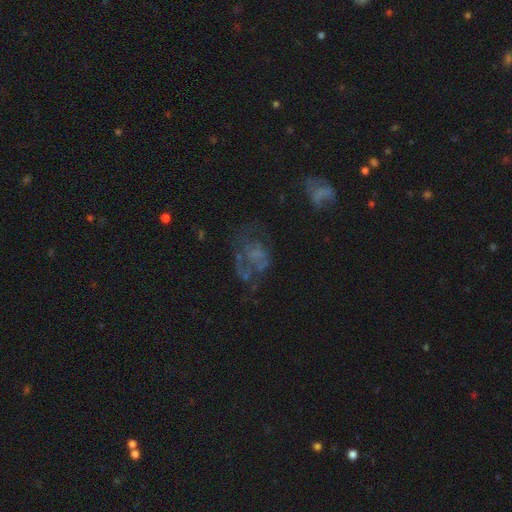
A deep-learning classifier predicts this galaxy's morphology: This appears to be a featured or disk galaxy (53%) with no bar (88%), no spiral arms (75%) and no central bulge (68%). Merging: none (38%).